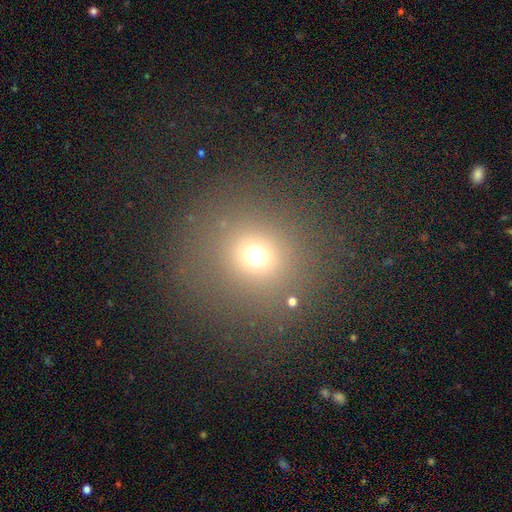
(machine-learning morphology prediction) smooth-or-featured: smooth: 68% | star or artifact: 24% | featured or disk: 8%
  how-rounded: round: 85% | in between: 14% | cigar-shaped: 1%
  merging: none: 81% | minor disturbance: 9% | major disturbance: 6% | merger: 4%